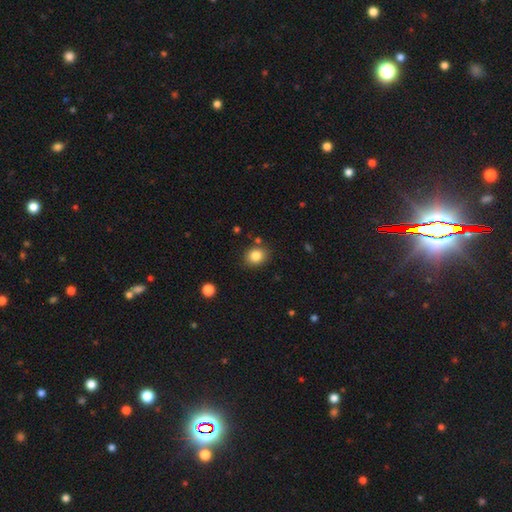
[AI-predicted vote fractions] Q: Smooth or featured?
A: smooth (85%); runner-up: star or artifact (10%)
Q: How rounded?
A: round (59%); runner-up: in between (40%)
Q: Merging?
A: none (82%); runner-up: minor disturbance (11%)